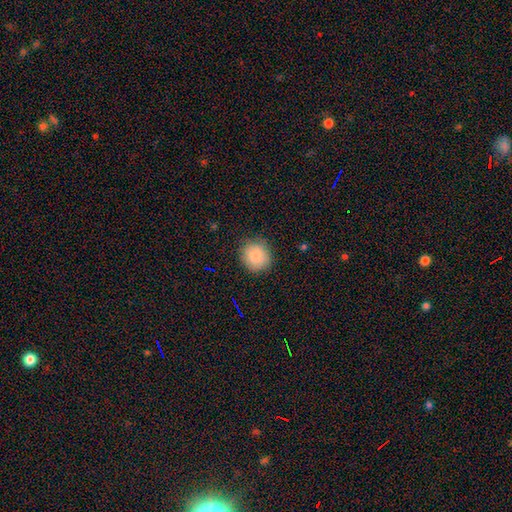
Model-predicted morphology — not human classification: smooth-or-featured: smooth: 86% | star or artifact: 9% | featured or disk: 5%
  how-rounded: round: 85% | in between: 14% | cigar-shaped: 1%
  merging: none: 85% | minor disturbance: 11% | major disturbance: 3% | merger: 1%